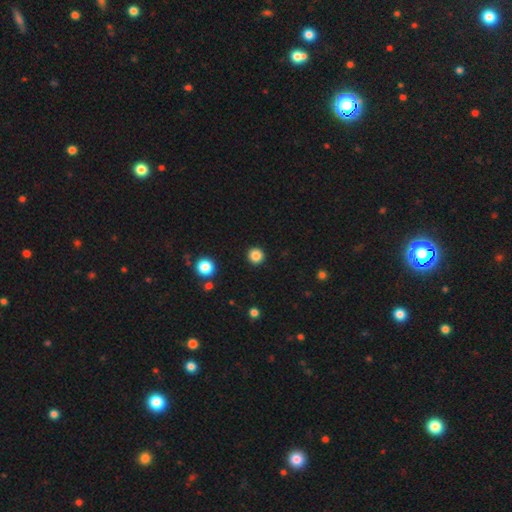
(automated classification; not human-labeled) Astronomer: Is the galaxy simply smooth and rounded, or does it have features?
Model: smooth — 85%.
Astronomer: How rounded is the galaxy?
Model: round — 96%.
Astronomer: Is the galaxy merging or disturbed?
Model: none — 93%.